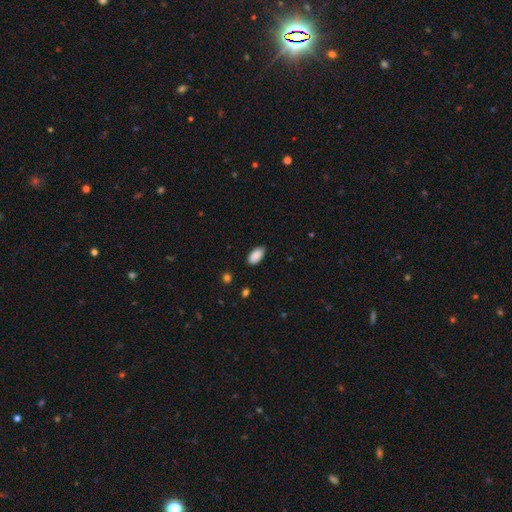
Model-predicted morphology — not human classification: The model was most divided on "merging": none: 84%, minor disturbance: 13%, major disturbance: 2%, merger: 1%. More confident: how rounded — in between (95%); smooth or featured — smooth (89%).